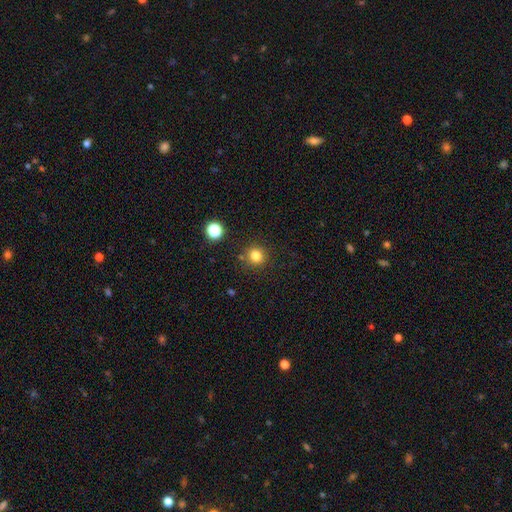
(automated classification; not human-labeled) Smooth or featured: smooth — 81% (star or artifact — 14%)
How rounded: round — 94% (in between — 6%)
Merging: none — 86% (minor disturbance — 7%)